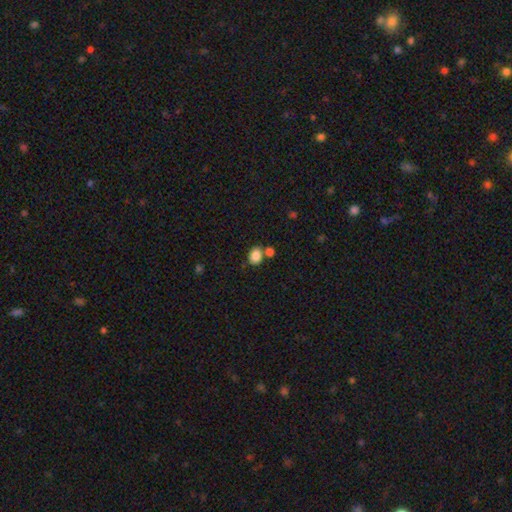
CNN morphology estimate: type=smooth (85%); roundness=in between (52%); merging=none (67%).